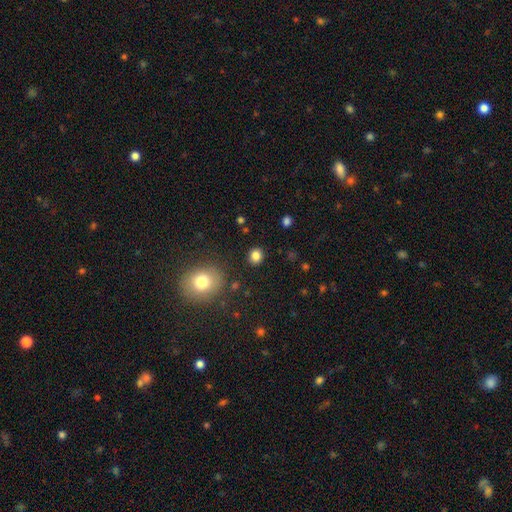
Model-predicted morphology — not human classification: The model was most divided on "how rounded": round: 81%, in between: 19%, cigar-shaped: 1%. More confident: merging — none (89%); smooth or featured — smooth (83%).